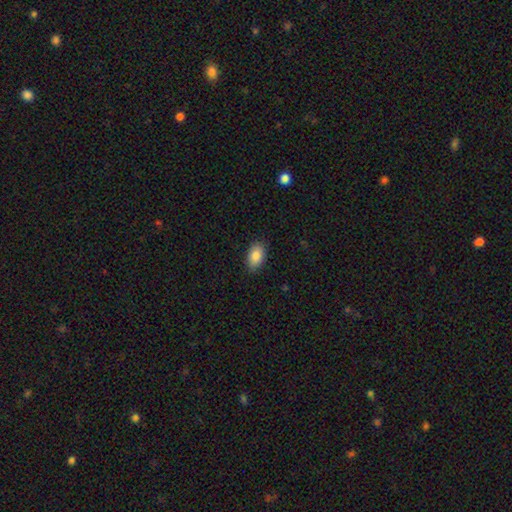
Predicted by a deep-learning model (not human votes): smooth-or-featured: smooth: 87% | star or artifact: 7% | featured or disk: 6%
  how-rounded: in between: 92% | round: 7% | cigar-shaped: 2%
  merging: none: 86% | minor disturbance: 10% | major disturbance: 2% | merger: 1%